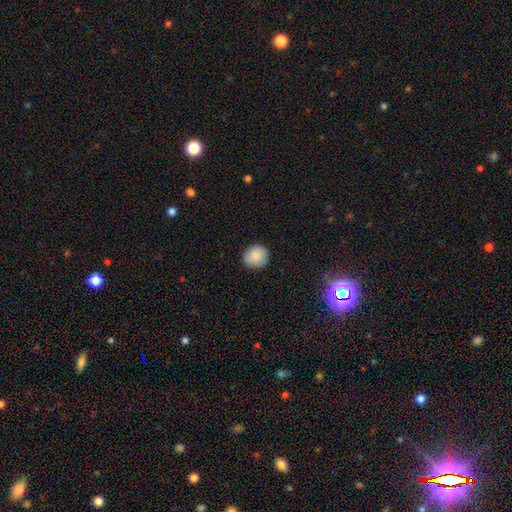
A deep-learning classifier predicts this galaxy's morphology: smooth_or_featured: smooth (p=0.88) [alt: star or artifact p=0.08]
how_rounded: round (p=0.83) [alt: in between p=0.16]
merging: none (p=0.88) [alt: minor disturbance p=0.09]